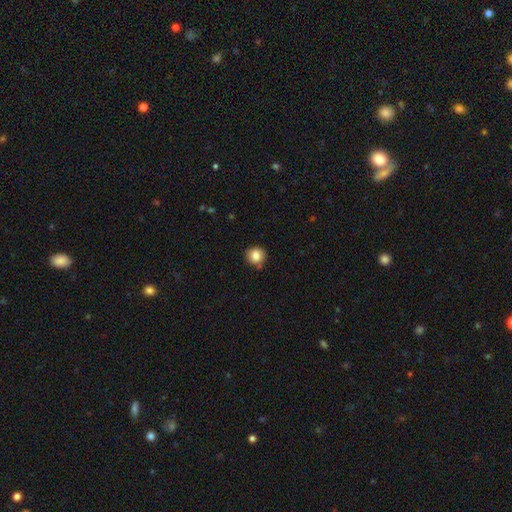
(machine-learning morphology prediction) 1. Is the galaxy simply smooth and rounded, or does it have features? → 83% smooth, 10% star or artifact, 7% featured or disk.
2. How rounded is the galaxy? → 92% round, 7% in between, 1% cigar-shaped.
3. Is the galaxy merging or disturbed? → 82% none, 12% minor disturbance, 4% merger, 2% major disturbance.